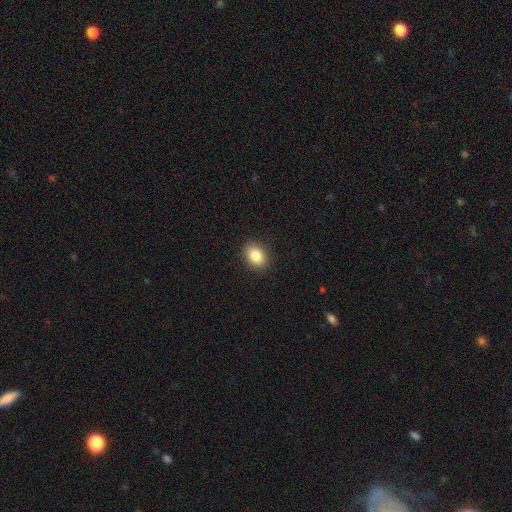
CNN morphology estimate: smooth-or-featured: smooth: 86% | star or artifact: 8% | featured or disk: 5%
  how-rounded: in between: 71% | round: 27% | cigar-shaped: 1%
  merging: none: 89% | minor disturbance: 8% | major disturbance: 2% | merger: 1%